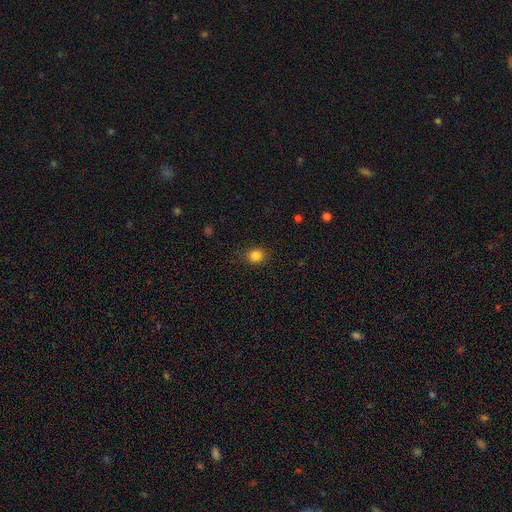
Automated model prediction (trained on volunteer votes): Overall: smooth (84%). How rounded: round (74%). Merging: none (85%).